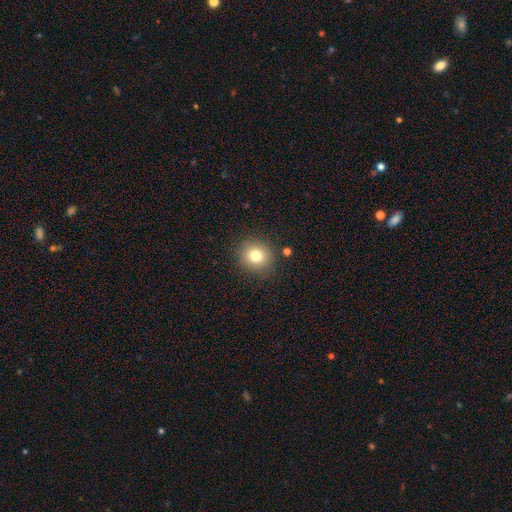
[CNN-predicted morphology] Overall: smooth (79%). How rounded: round (87%). Merging: none (86%).